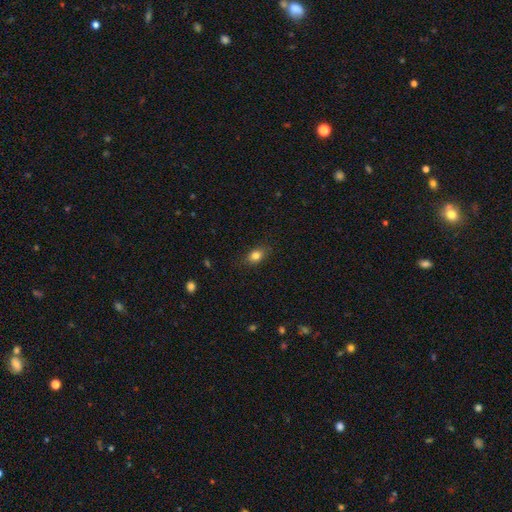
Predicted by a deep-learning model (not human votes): The model was most divided on "how rounded": in between: 70%, round: 28%, cigar-shaped: 3%. More confident: merging — none (82%); smooth or featured — smooth (82%).